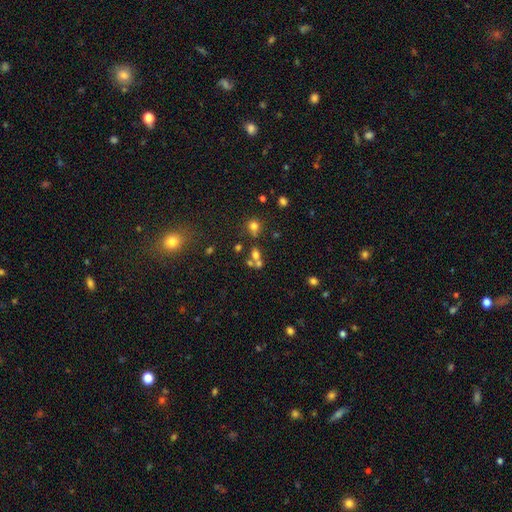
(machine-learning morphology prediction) The model was most divided on "how rounded": round: 51%, in between: 46%, cigar-shaped: 3%. Remaining: smooth or featured — smooth (60%); merging — merger (46%).